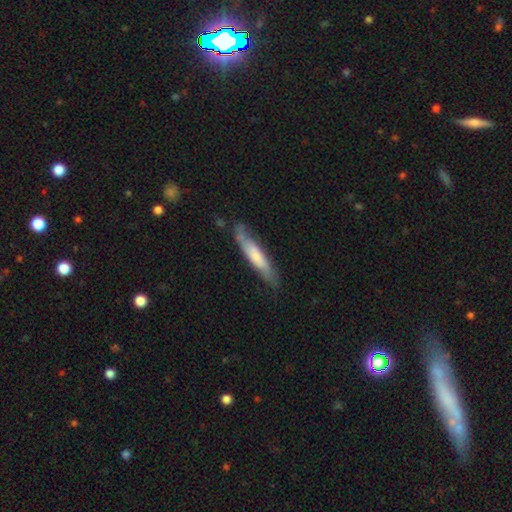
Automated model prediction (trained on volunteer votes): Smooth or featured? Predicted: smooth (p=0.56). How rounded? Predicted: cigar-shaped (p=0.84). Merging? Predicted: none (p=0.68).